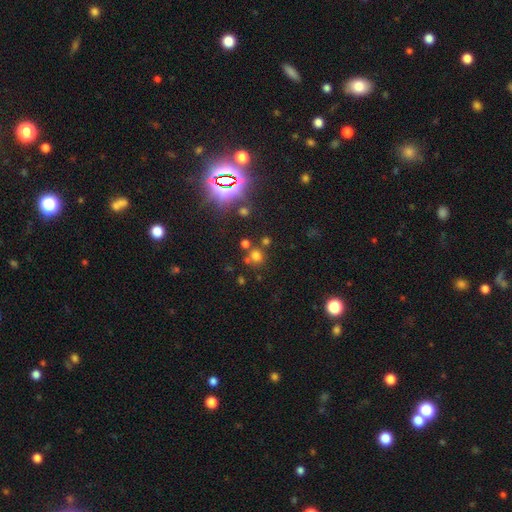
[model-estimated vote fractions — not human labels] This is likely a smooth galaxy (61%). How rounded: clearly round (88%). Merging: likely none (70%).